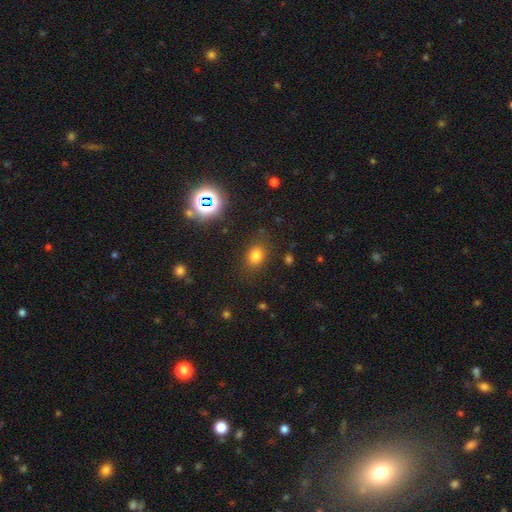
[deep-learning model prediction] Smooth or featured? Predicted: smooth (p=0.76). How rounded? Predicted: in between (p=0.56). Merging? Predicted: none (p=0.82).